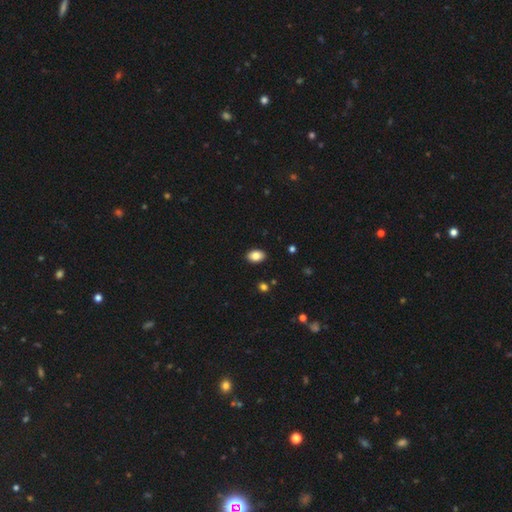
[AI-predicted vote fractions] A smooth galaxy with no disk features (85%) that is in between round and cigar-shaped (86%).

Vote fractions:
- Smooth or featured? smooth: 85% / star or artifact: 8% / featured or disk: 7%
- How rounded? in between: 86% / round: 13% / cigar-shaped: 1%
- Merging? none: 90% / minor disturbance: 8% / major disturbance: 2% / merger: 1%